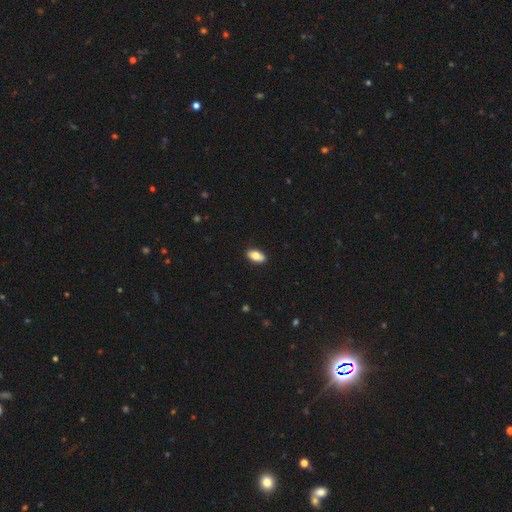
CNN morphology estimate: Q: Smooth or featured?
A: smooth (80%); runner-up: featured or disk (13%)
Q: How rounded?
A: in between (92%); runner-up: round (4%)
Q: Merging?
A: none (88%); runner-up: minor disturbance (9%)